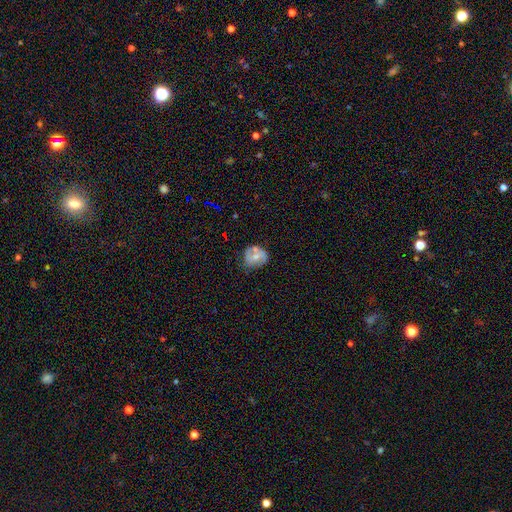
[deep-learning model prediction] featured or disk 56%, smooth 35%, star or artifact 8%. Down the decision tree: edge-on disk — no (97%); bar — no (48%); spiral arms — yes (69%); bulge size — moderate (52%); merging — none (57%).